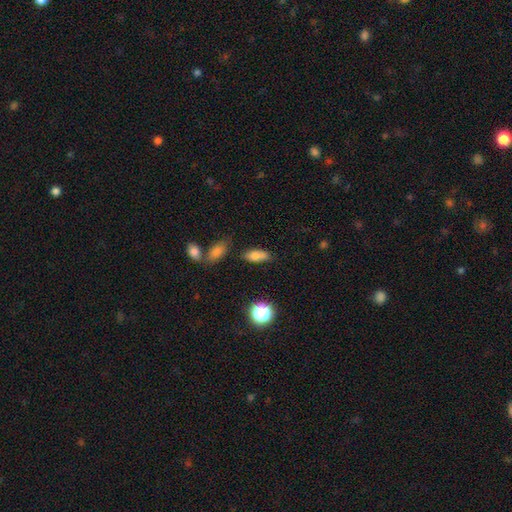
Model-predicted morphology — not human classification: Smooth or featured?
  - smooth: 76% *
  - featured or disk: 12%
  - star or artifact: 11%
How rounded?
  - in between: 82% *
  - cigar-shaped: 13%
  - round: 5%
Merging?
  - none: 67% *
  - minor disturbance: 21%
  - merger: 7%
  - major disturbance: 5%